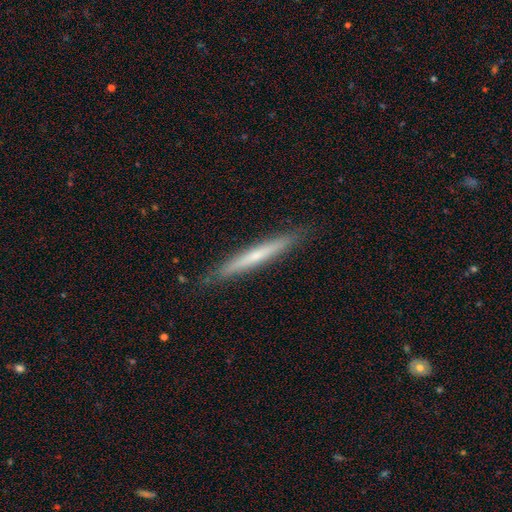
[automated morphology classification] Smooth or featured?
  - featured or disk: 50% *
  - smooth: 44%
  - star or artifact: 6%
Merging?
  - none: 88% *
  - minor disturbance: 10%
  - major disturbance: 2%
  - merger: 1%